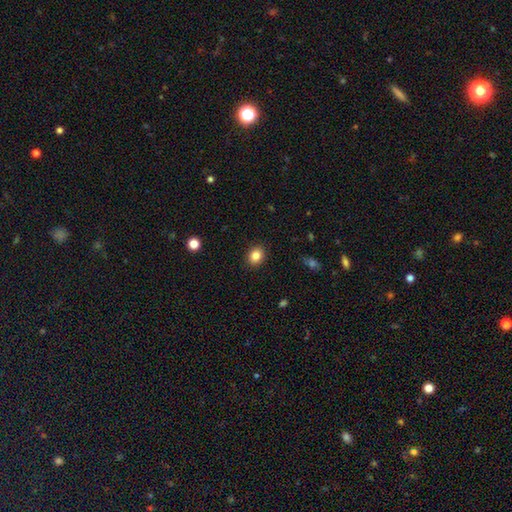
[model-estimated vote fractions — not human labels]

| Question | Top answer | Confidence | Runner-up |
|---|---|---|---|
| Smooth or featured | smooth | 85% | star or artifact (10%) |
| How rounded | round | 58% | in between (42%) |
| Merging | none | 90% | minor disturbance (7%) |